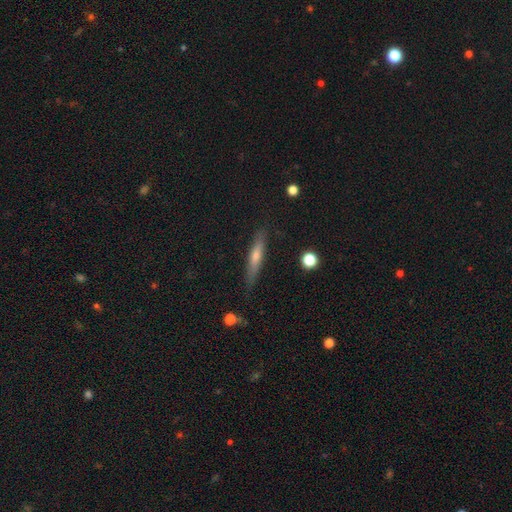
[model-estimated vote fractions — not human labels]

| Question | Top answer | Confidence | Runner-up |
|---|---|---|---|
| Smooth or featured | featured or disk | 49% | smooth (44%) |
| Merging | none | 85% | minor disturbance (11%) |